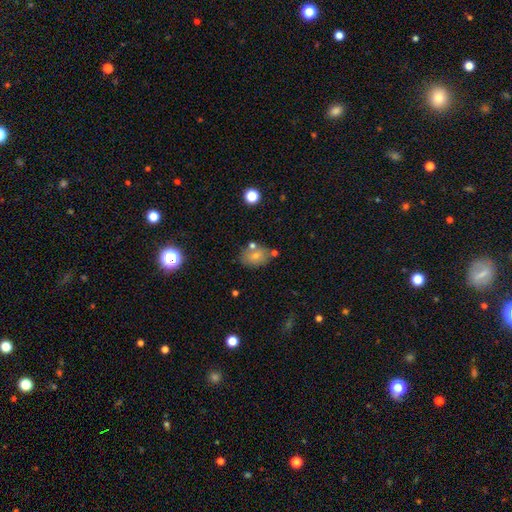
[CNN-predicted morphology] This appears to be a smooth galaxy with no disk features (71%) that is in between round and cigar-shaped (74%). Merging: none (65%).